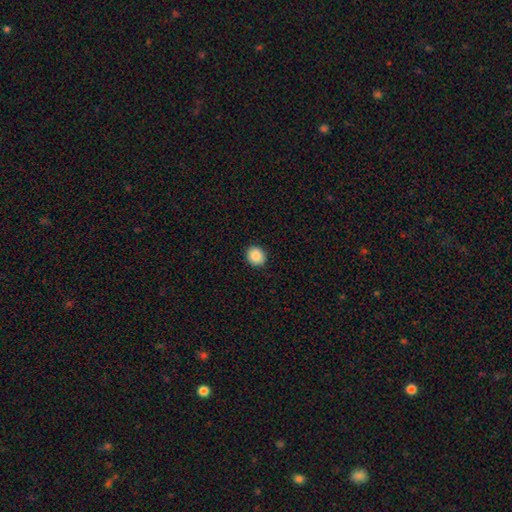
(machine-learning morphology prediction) The model was most divided on "how rounded": round: 80%, in between: 19%, cigar-shaped: 1%. More confident: merging — none (91%); smooth or featured — smooth (88%).